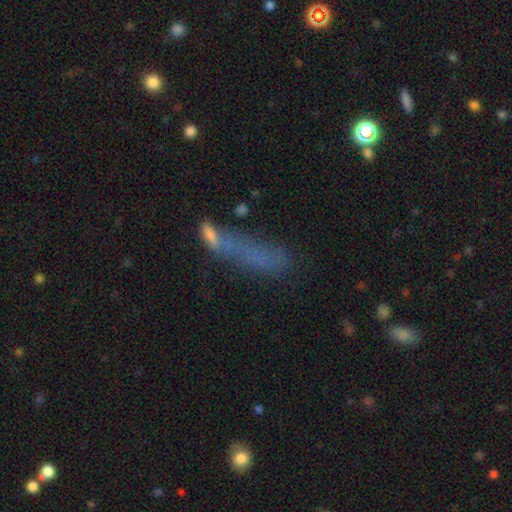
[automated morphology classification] Smooth or featured?
  - smooth: 54% *
  - featured or disk: 28%
  - star or artifact: 18%
How rounded?
  - cigar-shaped: 64% *
  - in between: 32%
  - round: 4%
Merging?
  - major disturbance: 31% *
  - none: 29%
  - merger: 21%
  - minor disturbance: 18%